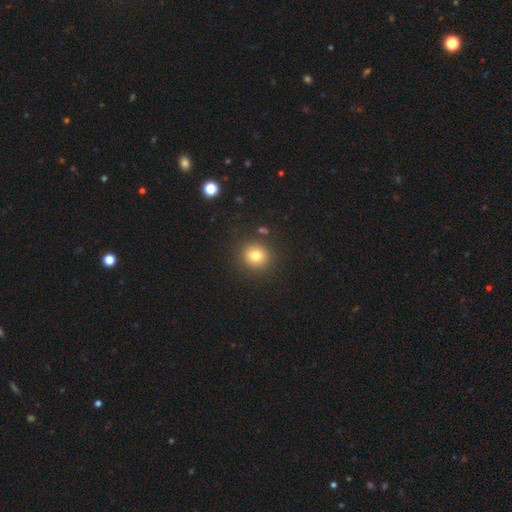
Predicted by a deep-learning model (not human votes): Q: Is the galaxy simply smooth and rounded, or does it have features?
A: smooth — 79%.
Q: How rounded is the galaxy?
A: round — 90%.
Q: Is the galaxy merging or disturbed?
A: none — 88%.